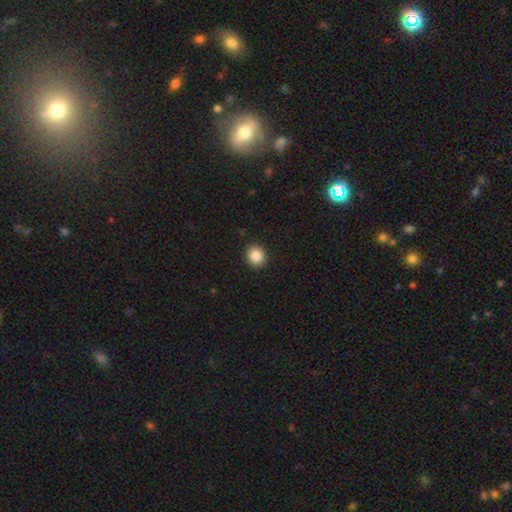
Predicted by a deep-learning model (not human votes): A smooth galaxy with no disk features (87%) that is round (82%). Merging: none (92%).